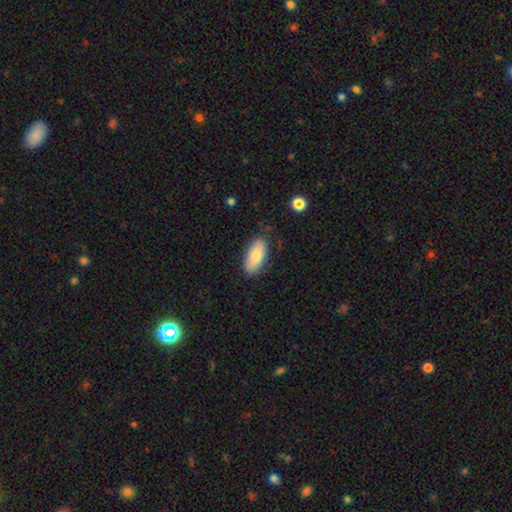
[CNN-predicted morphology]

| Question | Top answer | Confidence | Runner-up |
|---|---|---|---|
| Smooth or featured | smooth | 81% | featured or disk (13%) |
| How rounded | in between | 90% | cigar-shaped (7%) |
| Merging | none | 83% | minor disturbance (13%) |